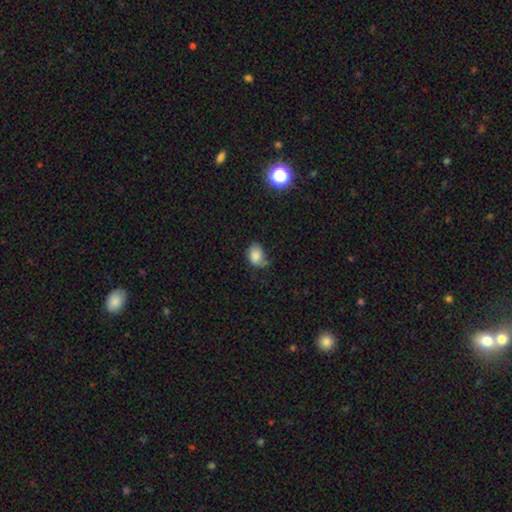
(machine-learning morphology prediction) Q: Smooth or featured?
A: smooth (80%); runner-up: featured or disk (11%)
Q: How rounded?
A: in between (74%); runner-up: round (25%)
Q: Merging?
A: none (41%); runner-up: minor disturbance (40%)